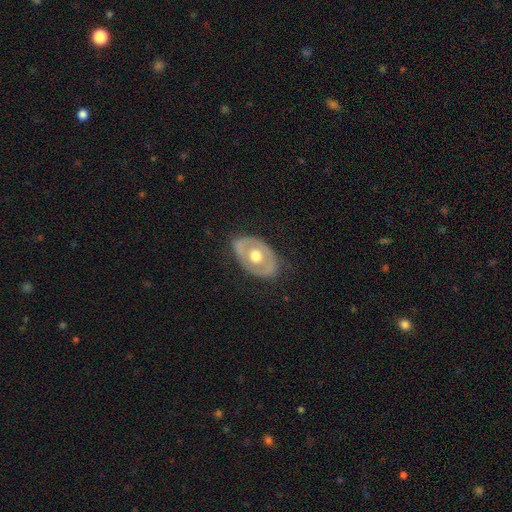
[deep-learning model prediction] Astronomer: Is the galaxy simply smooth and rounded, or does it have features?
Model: featured or disk — 60%.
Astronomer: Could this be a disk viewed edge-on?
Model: no — 90%.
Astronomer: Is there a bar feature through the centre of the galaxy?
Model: no — 86%.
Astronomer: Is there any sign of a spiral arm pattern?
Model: no — 81%.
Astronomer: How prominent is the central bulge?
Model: moderate — 66%.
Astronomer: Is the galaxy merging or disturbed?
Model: none — 79%.